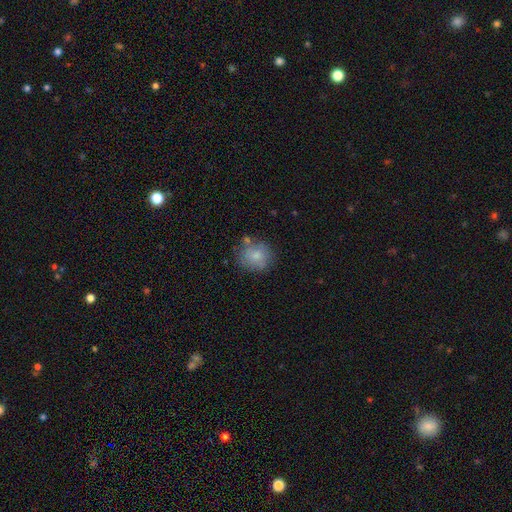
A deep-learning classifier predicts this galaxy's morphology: Smooth or featured?
  - smooth: 78% *
  - featured or disk: 14%
  - star or artifact: 9%
How rounded?
  - round: 85% *
  - in between: 14%
  - cigar-shaped: 1%
Merging?
  - none: 67% *
  - minor disturbance: 18%
  - merger: 9%
  - major disturbance: 6%